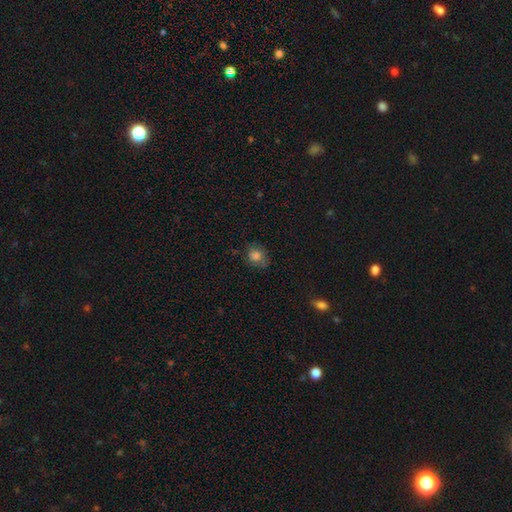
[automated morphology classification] Q: Smooth or featured?
A: smooth (79%); runner-up: star or artifact (12%)
Q: How rounded?
A: round (63%); runner-up: in between (36%)
Q: Merging?
A: none (68%); runner-up: minor disturbance (23%)